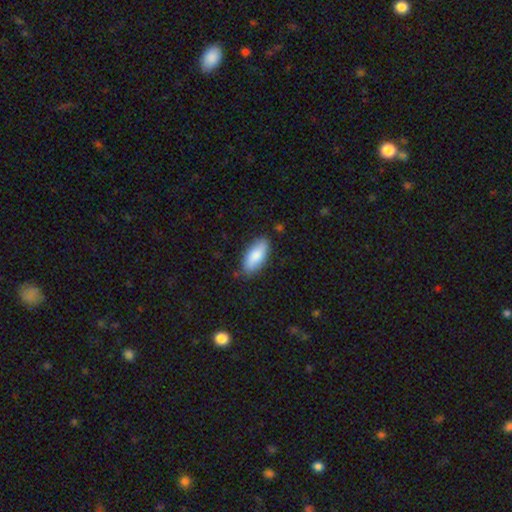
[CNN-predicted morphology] Smooth or featured?
  - smooth: 85% *
  - featured or disk: 10%
  - star or artifact: 6%
How rounded?
  - in between: 86% *
  - cigar-shaped: 12%
  - round: 2%
Merging?
  - none: 81% *
  - minor disturbance: 15%
  - major disturbance: 3%
  - merger: 2%